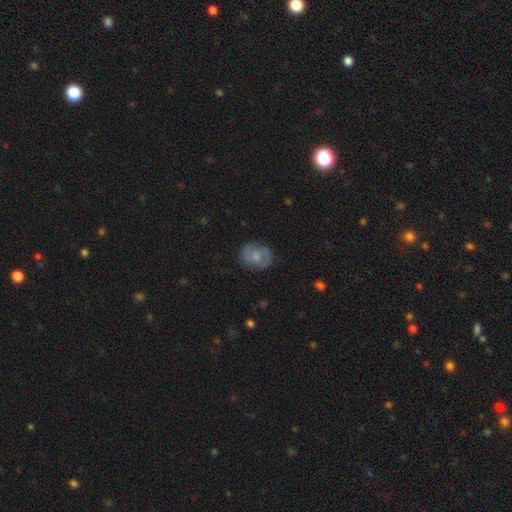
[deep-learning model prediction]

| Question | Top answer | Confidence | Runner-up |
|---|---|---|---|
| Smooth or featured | smooth | 57% | featured or disk (35%) |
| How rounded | round | 52% | in between (47%) |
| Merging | none | 74% | minor disturbance (18%) |